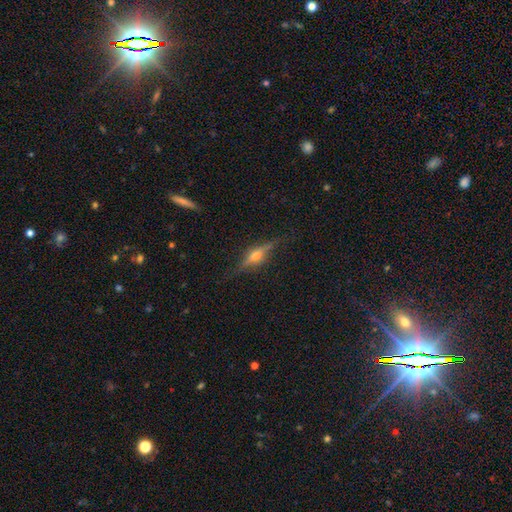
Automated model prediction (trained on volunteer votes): Smooth or featured? Predicted: featured or disk (p=0.74). Edge-on disk? Predicted: yes (p=0.95). Edge-on bulge? Predicted: rounded (p=0.90). Merging? Predicted: none (p=0.82).